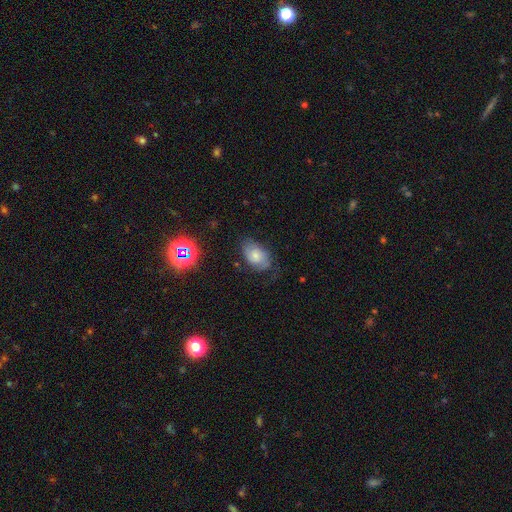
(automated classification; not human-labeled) Overall: smooth (51%; featured or disk 36%). How rounded: in between (84%). Merging: none (58%; minor disturbance 28%).